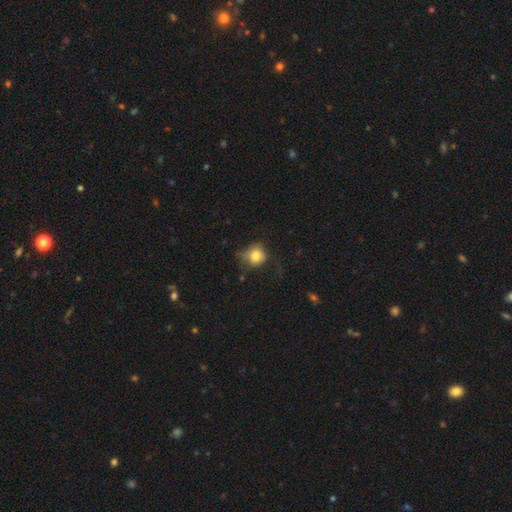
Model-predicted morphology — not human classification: type=smooth (78%); roundness=round (76%); merging=none (49%).